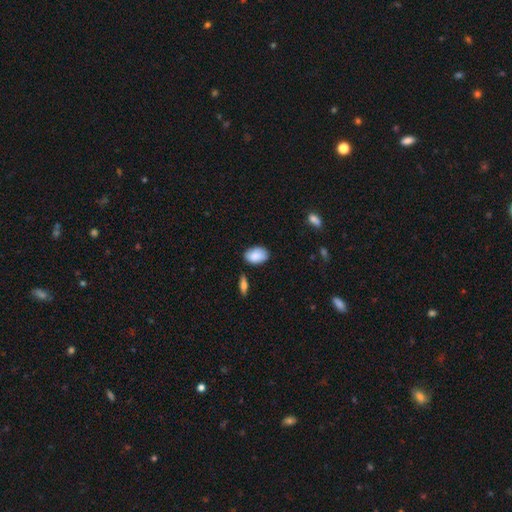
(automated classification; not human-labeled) smooth 86%, featured or disk 7%, star or artifact 6%. Down the decision tree: how rounded — in between (89%); merging — none (75%).